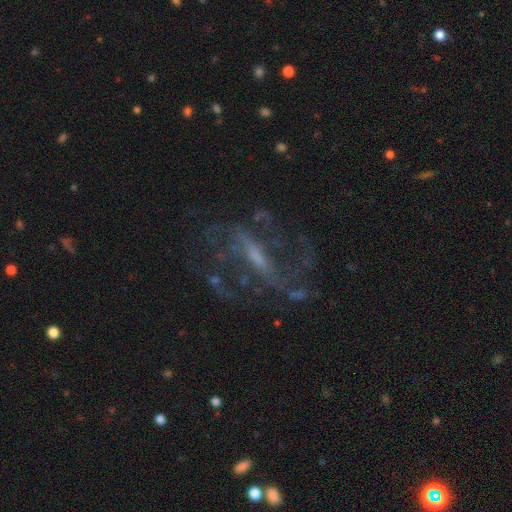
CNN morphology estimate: featured or disk 78%, star or artifact 13%, smooth 10%. Down the decision tree: edge-on disk — no (87%); bar — strong (41%); spiral arms — yes (78%); spiral arm count — 2 (49%); spiral winding — loose (47%); bulge size — small (42%); merging — none (54%).